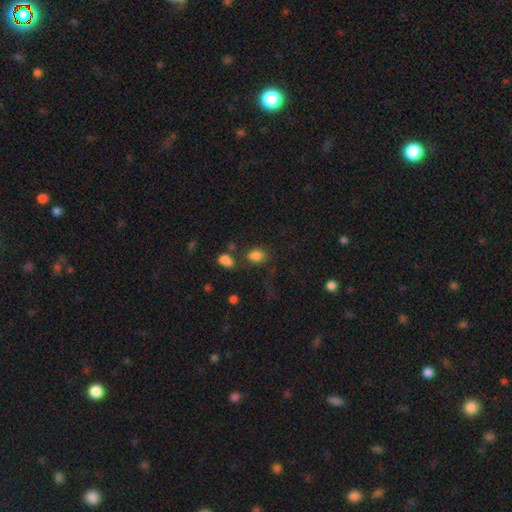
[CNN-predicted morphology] This is clearly a smooth galaxy (83%). How rounded: likely in between (64%). Merging: likely none (67%).